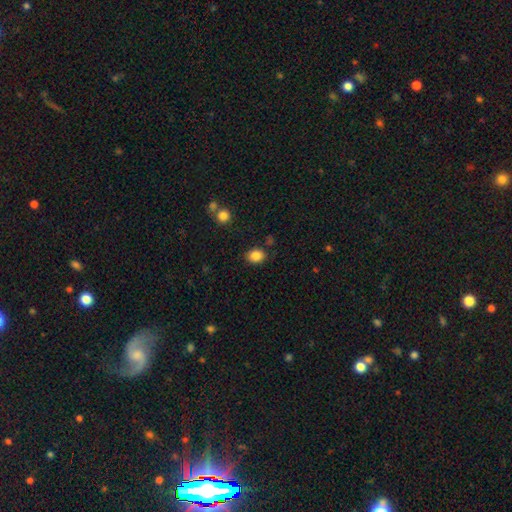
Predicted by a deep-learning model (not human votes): Smooth or featured? smooth (85%)
How rounded? in between (55%)
Merging? none (83%)